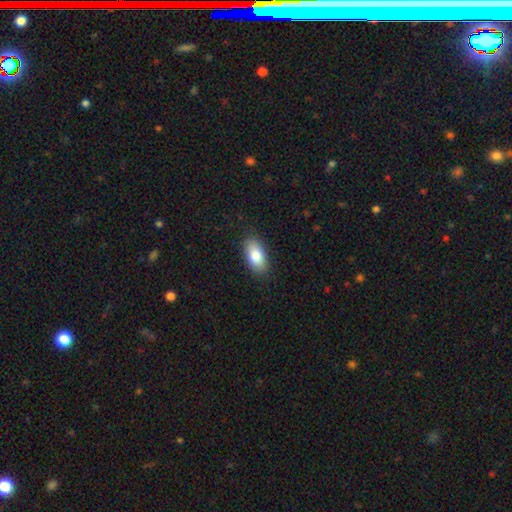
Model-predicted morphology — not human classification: Smooth or featured? smooth (84%)
How rounded? in between (92%)
Merging? none (87%)